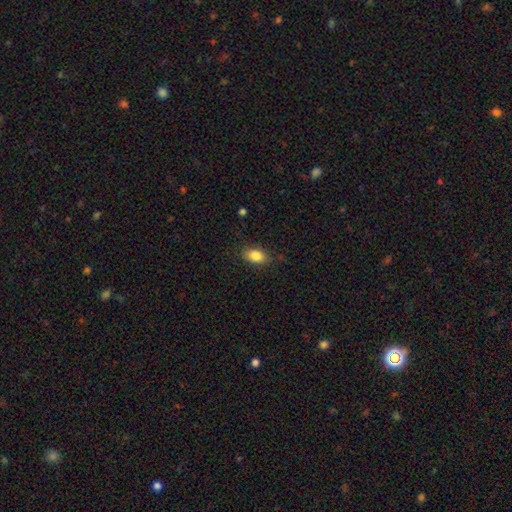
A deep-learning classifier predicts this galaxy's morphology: A smooth galaxy with no disk features (85%) that is in between round and cigar-shaped (88%).

Vote fractions:
- Smooth or featured? smooth: 85% / star or artifact: 8% / featured or disk: 7%
- How rounded? in between: 88% / round: 10% / cigar-shaped: 2%
- Merging? none: 84% / minor disturbance: 12% / major disturbance: 3% / merger: 1%